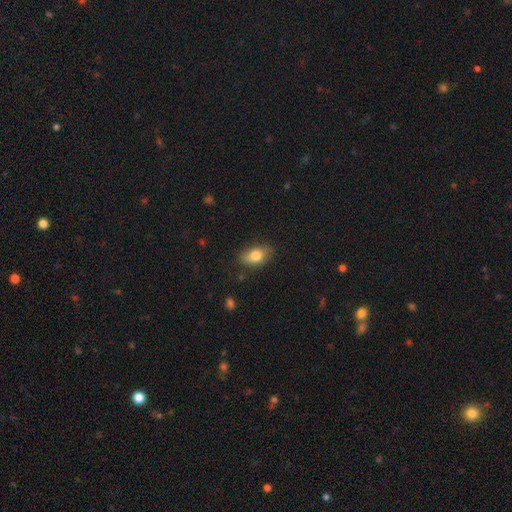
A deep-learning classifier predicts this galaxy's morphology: Smooth or featured: smooth — 78% (featured or disk — 14%)
How rounded: in between — 86% (round — 10%)
Merging: none — 79% (minor disturbance — 17%)